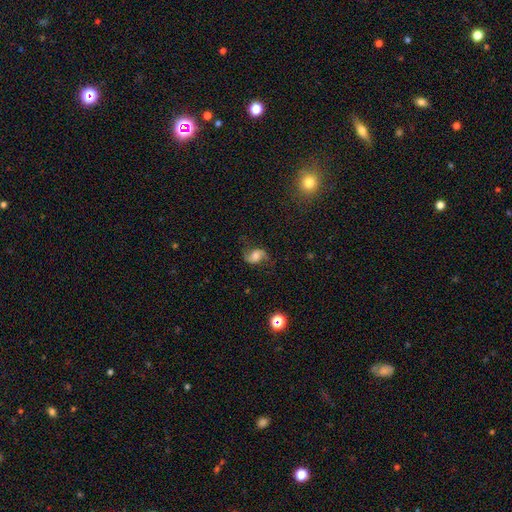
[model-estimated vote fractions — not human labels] featured or disk 76%, smooth 15%, star or artifact 9%. Down the decision tree: edge-on disk — no (97%); bar — no (49%); spiral arms — yes (95%); spiral arm count — 2 (92%); spiral winding — loose (67%); bulge size — moderate (45%); merging — none (72%).